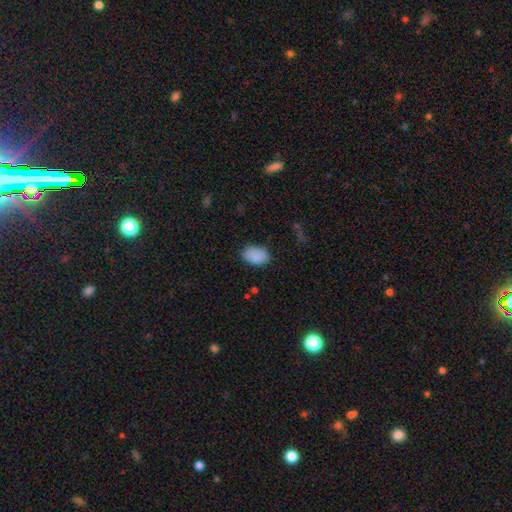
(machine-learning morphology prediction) A smooth galaxy with no disk features (88%) that is in between round and cigar-shaped (86%).

Vote fractions:
- Smooth or featured? smooth: 88% / star or artifact: 8% / featured or disk: 4%
- How rounded? in between: 86% / round: 13% / cigar-shaped: 1%
- Merging? none: 80% / minor disturbance: 15% / major disturbance: 3% / merger: 1%